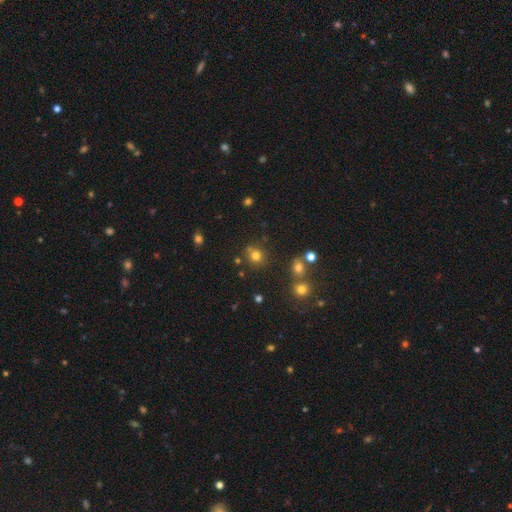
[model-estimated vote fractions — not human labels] smooth-or-featured: smooth: 75% | star or artifact: 18% | featured or disk: 7%
  how-rounded: round: 87% | in between: 12% | cigar-shaped: 1%
  merging: none: 78% | minor disturbance: 10% | merger: 8% | major disturbance: 4%